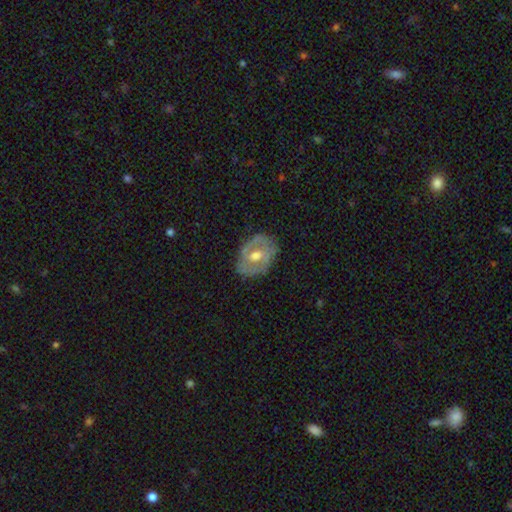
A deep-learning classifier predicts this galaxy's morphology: type=featured or disk (67%); edge-on=no (95%); bar=no (47%); spiral arms=yes (58%); bulge=moderate (76%); merging=none (73%).